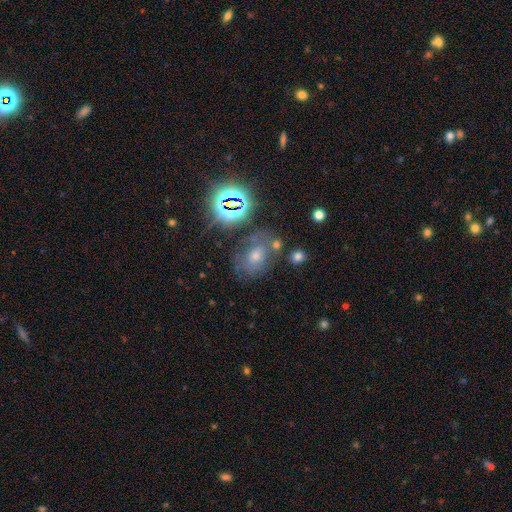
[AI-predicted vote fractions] smooth-or-featured: star or artifact: 40% | smooth: 34% | featured or disk: 26%